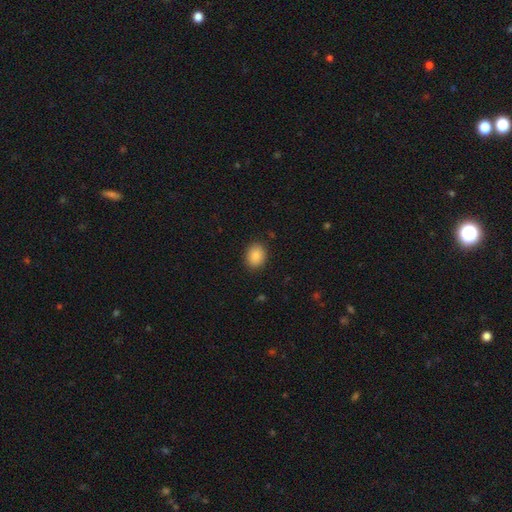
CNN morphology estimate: Overall: smooth (88%). How rounded: round (52%; in between 47%). Merging: none (89%).